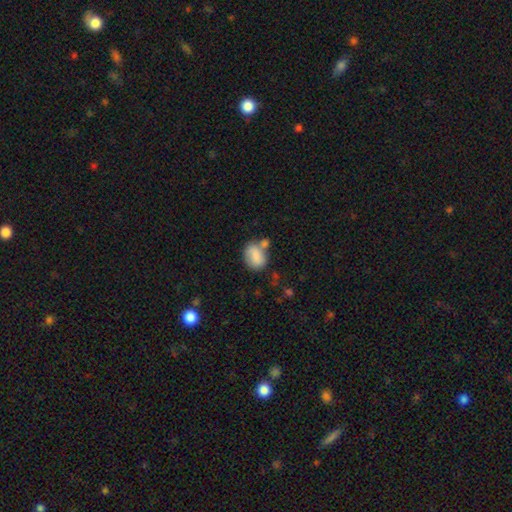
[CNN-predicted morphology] This is clearly a smooth galaxy (81%). How rounded: likely in between (68%). Merging: possibly none (45%).